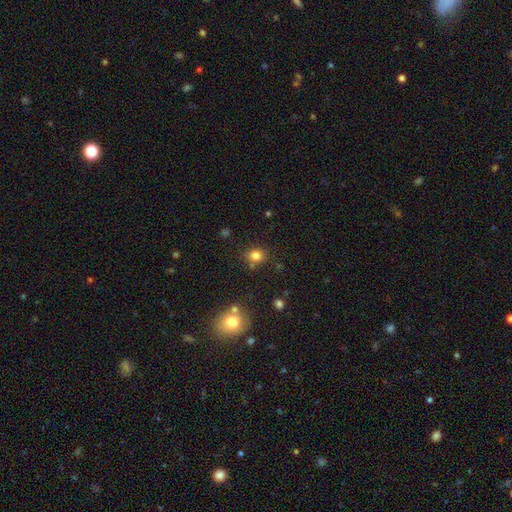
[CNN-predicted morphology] A smooth galaxy with no disk features (80%) that is round (74%). Merging: none (77%).